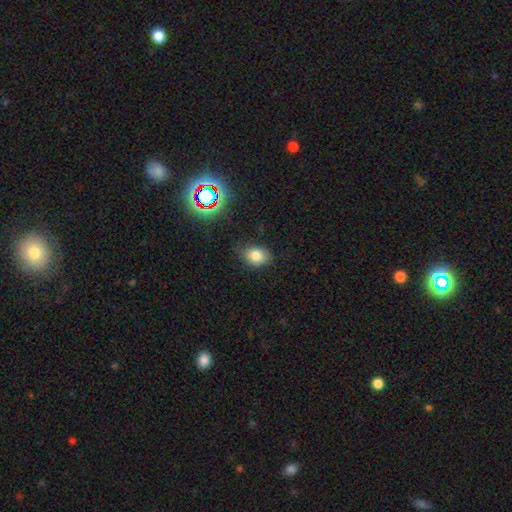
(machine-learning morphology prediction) The model was most divided on "how rounded": in between: 61%, round: 38%, cigar-shaped: 1%. More confident: smooth or featured — smooth (78%); merging — none (75%).